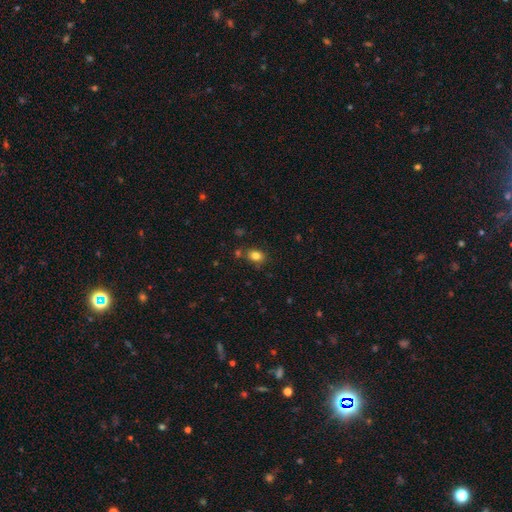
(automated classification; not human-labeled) Smooth or featured? Predicted: smooth (p=0.81). How rounded? Predicted: in between (p=0.61). Merging? Predicted: none (p=0.76).